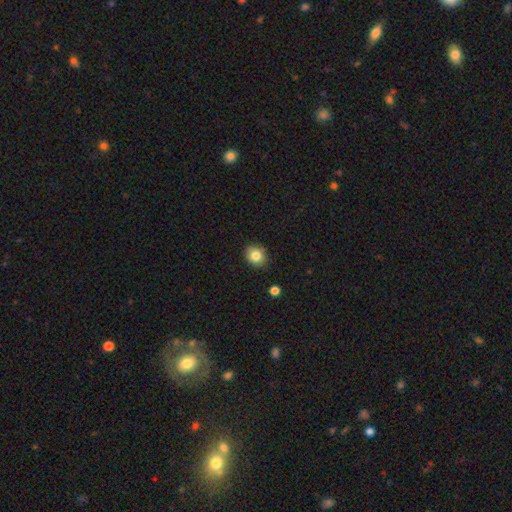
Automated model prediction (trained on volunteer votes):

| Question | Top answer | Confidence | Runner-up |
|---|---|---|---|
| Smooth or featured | smooth | 83% | star or artifact (10%) |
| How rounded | round | 61% | in between (38%) |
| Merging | none | 87% | minor disturbance (10%) |